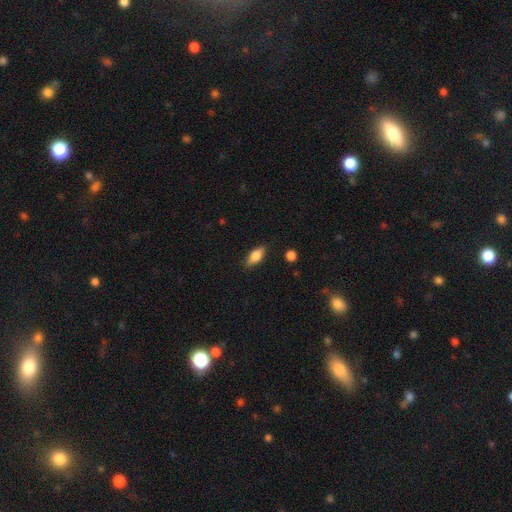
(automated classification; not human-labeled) Morphology: type=smooth (76%); roundness=in between (82%); merging=none (86%).